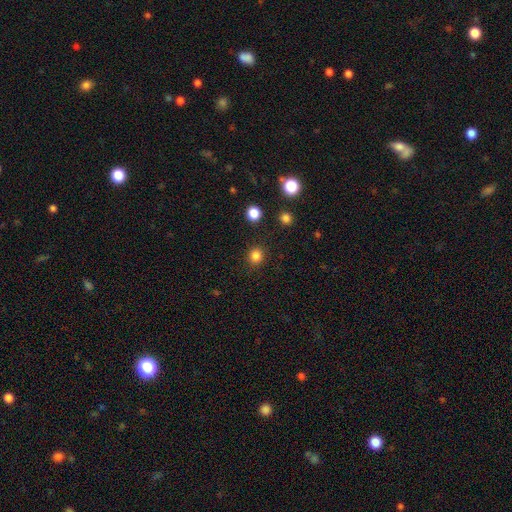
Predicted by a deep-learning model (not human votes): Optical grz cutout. It shows a smooth galaxy with no disk features (84%) that is round (86%). Merging: none (89%).